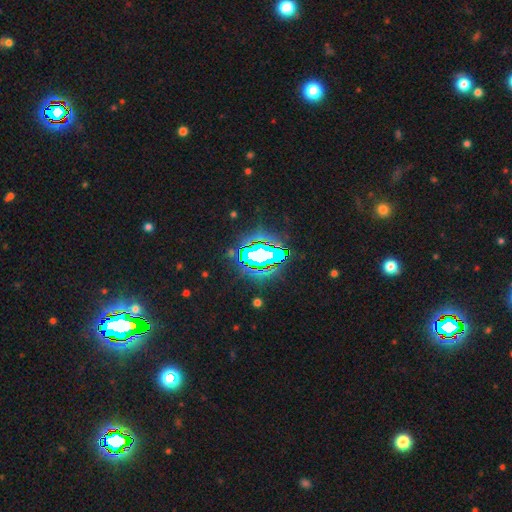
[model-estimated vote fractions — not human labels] Smooth or featured? Predicted: star or artifact (p=0.72).